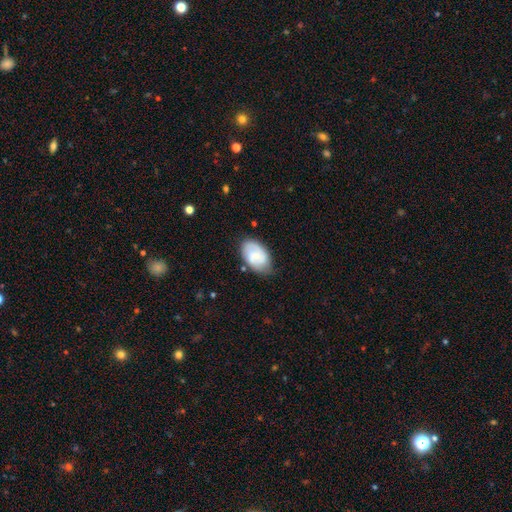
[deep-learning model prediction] Smooth or featured?
  - featured or disk: 47% *
  - smooth: 46%
  - star or artifact: 7%
Merging?
  - none: 69% *
  - minor disturbance: 23%
  - major disturbance: 5%
  - merger: 2%